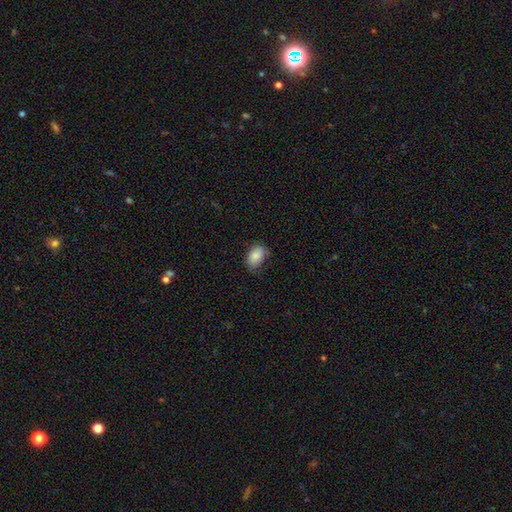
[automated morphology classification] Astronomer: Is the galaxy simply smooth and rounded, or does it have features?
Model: smooth — 86%.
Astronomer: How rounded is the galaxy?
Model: in between — 86%.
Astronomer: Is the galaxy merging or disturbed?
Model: none — 70%.